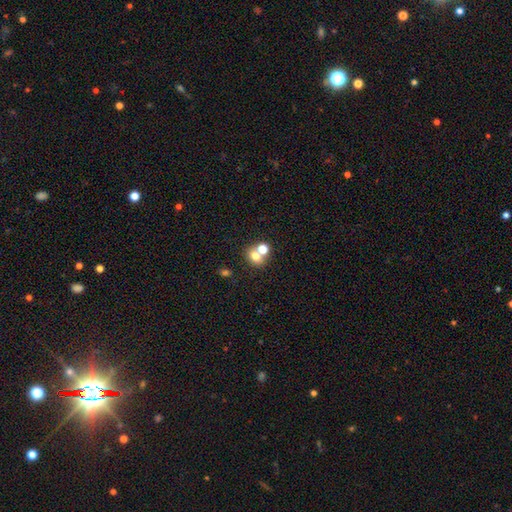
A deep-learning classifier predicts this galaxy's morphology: smooth 71%, star or artifact 16%, featured or disk 14%. Down the decision tree: how rounded — round (67%); merging — none (47%).